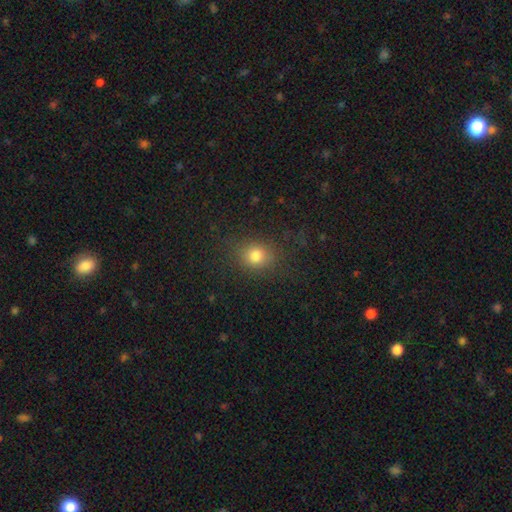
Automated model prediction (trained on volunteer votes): smooth_or_featured: smooth (p=0.78) [alt: star or artifact p=0.14]
how_rounded: round (p=0.65) [alt: in between p=0.33]
merging: none (p=0.80) [alt: minor disturbance p=0.12]